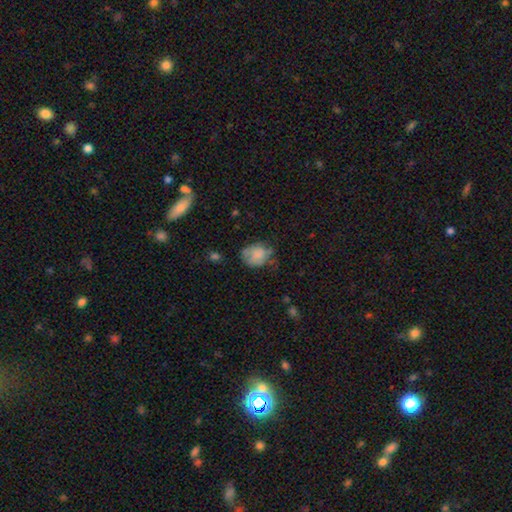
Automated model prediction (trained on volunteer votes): Smooth or featured?
  - smooth: 74% *
  - featured or disk: 17%
  - star or artifact: 9%
How rounded?
  - round: 62% *
  - in between: 37%
  - cigar-shaped: 1%
Merging?
  - none: 45% *
  - minor disturbance: 34%
  - major disturbance: 16%
  - merger: 5%